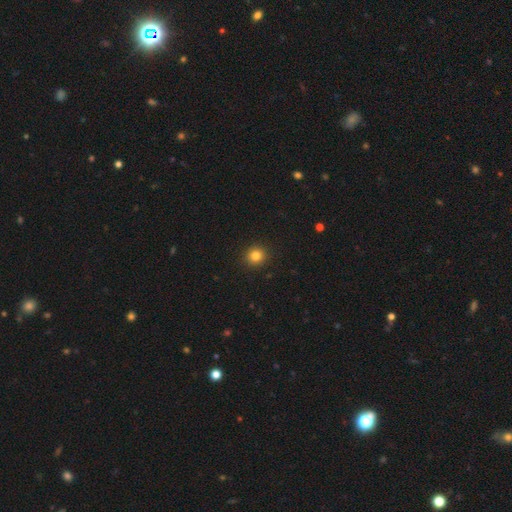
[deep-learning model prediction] Smooth or featured? Predicted: smooth (p=0.83). How rounded? Predicted: round (p=0.90). Merging? Predicted: none (p=0.92).